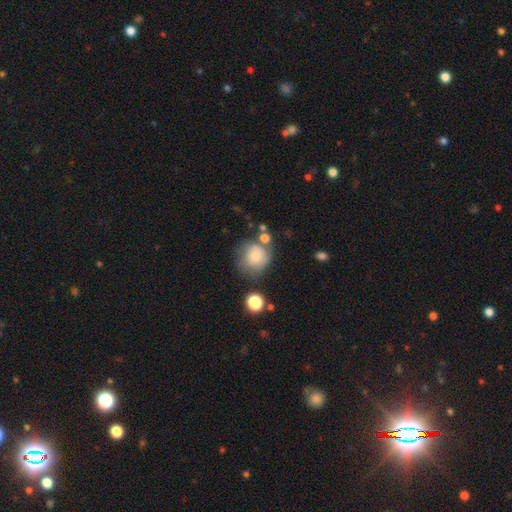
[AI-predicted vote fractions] Morphology: type=smooth (64%); roundness=round (84%); merging=none (49%).